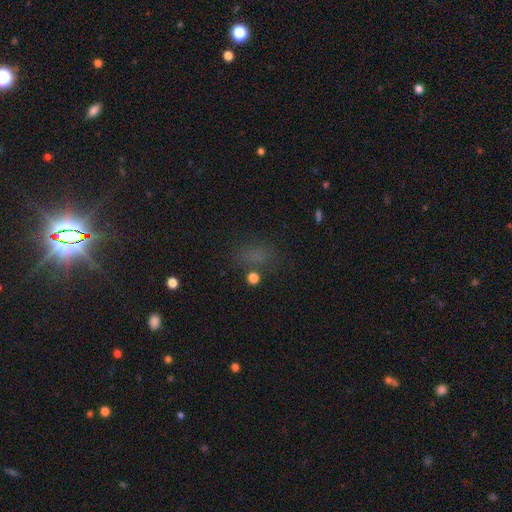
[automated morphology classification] The model was most divided on "smooth or featured": smooth: 63%, star or artifact: 28%, featured or disk: 9%. More confident: how rounded — in between (73%); merging — none (71%).